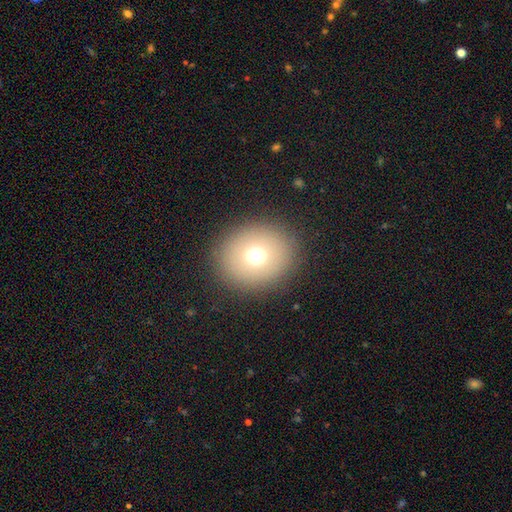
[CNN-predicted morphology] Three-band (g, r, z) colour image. It shows a smooth galaxy with no disk features (69%) that is round (77%). Merging: none (88%).